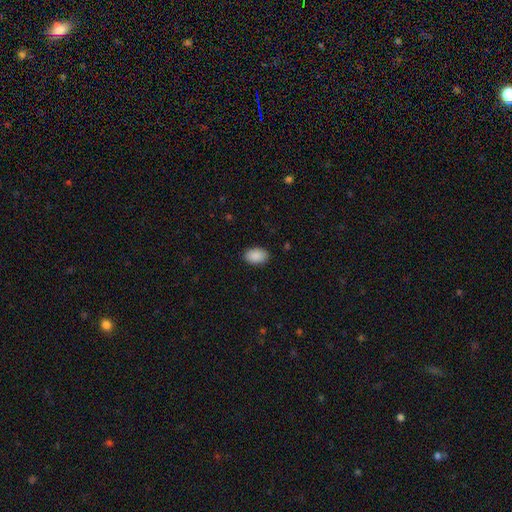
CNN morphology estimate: A smooth galaxy with no disk features (90%) that is in between round and cigar-shaped (87%). Merging: none (88%).